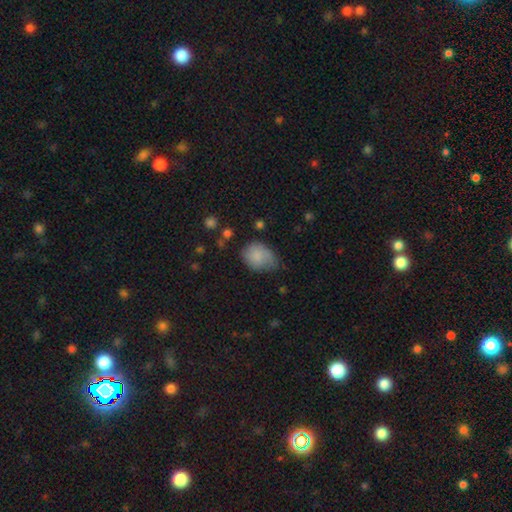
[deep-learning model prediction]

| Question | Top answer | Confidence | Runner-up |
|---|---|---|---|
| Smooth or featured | smooth | 81% | featured or disk (11%) |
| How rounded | in between | 67% | round (32%) |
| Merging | none | 45% | minor disturbance (40%) |